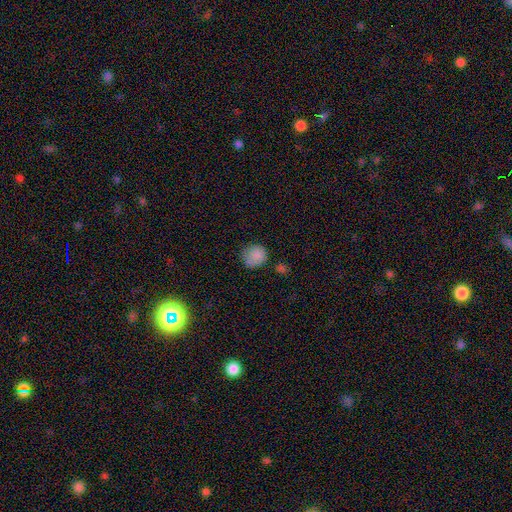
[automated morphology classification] smooth-or-featured: smooth: 84% | star or artifact: 10% | featured or disk: 7%
  how-rounded: round: 83% | in between: 16% | cigar-shaped: 1%
  merging: none: 67% | minor disturbance: 23% | major disturbance: 6% | merger: 4%